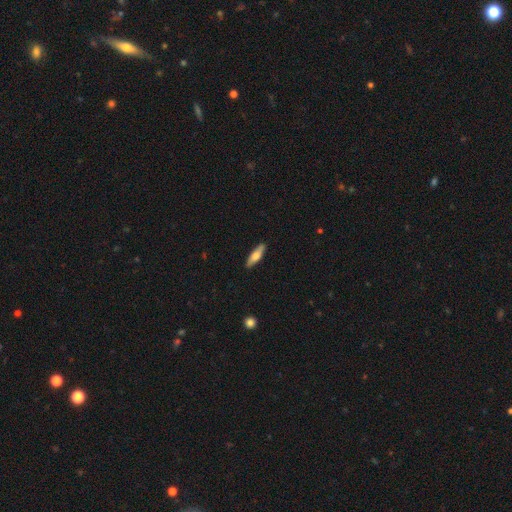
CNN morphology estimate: type=smooth (65%); roundness=cigar-shaped (61%); merging=none (89%).